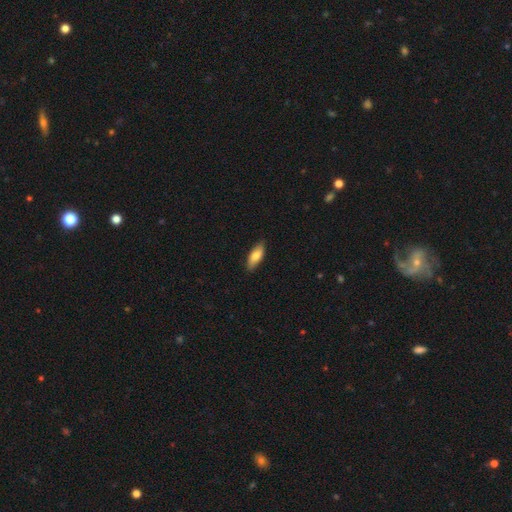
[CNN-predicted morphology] The model was most divided on "how rounded": in between: 73%, cigar-shaped: 25%, round: 2%. More confident: merging — none (85%); smooth or featured — smooth (81%).